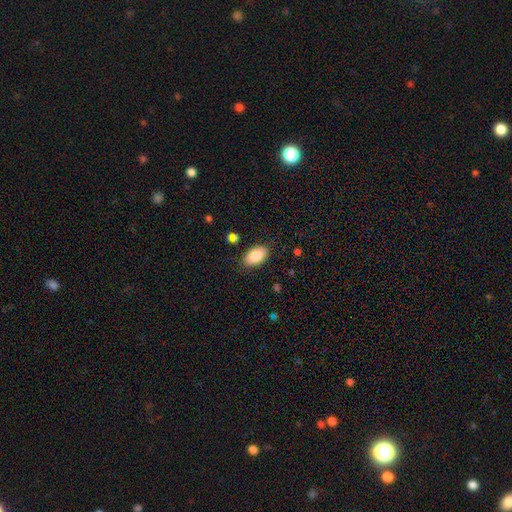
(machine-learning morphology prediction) Overall: smooth (86%). How rounded: in between (93%). Merging: none (84%).